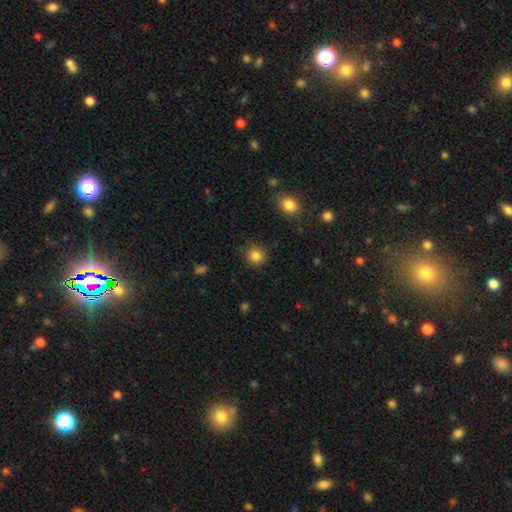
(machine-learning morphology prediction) A smooth galaxy with no disk features (85%) that is round (91%). Merging: none (87%).